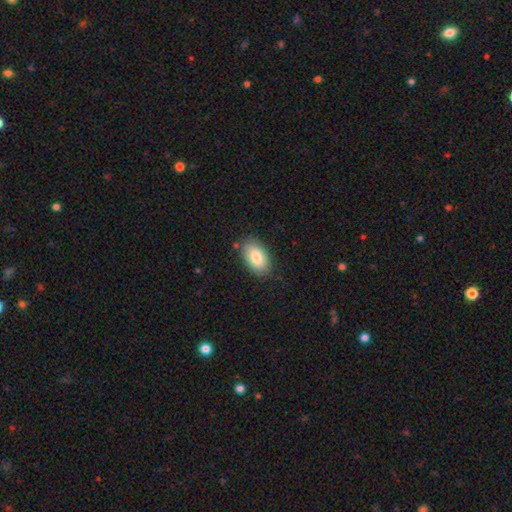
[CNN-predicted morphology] Smooth or featured? smooth (83%)
How rounded? in between (94%)
Merging? none (83%)